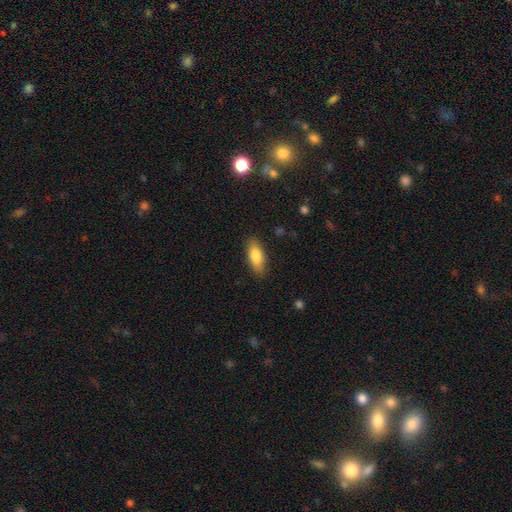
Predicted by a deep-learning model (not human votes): Smooth or featured? Predicted: smooth (p=0.81). How rounded? Predicted: in between (p=0.76). Merging? Predicted: none (p=0.86).